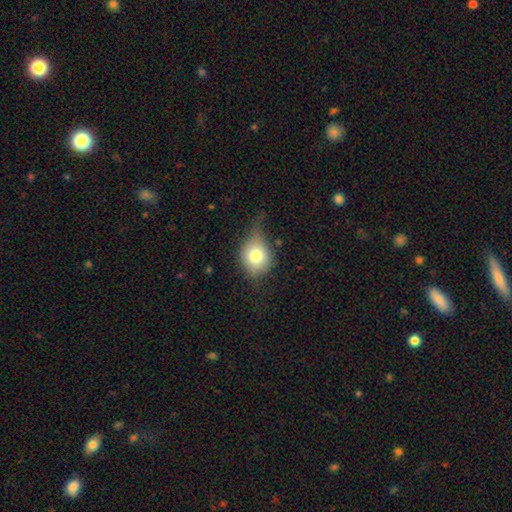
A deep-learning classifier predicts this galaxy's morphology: Smooth or featured?
  - smooth: 70% *
  - featured or disk: 20%
  - star or artifact: 10%
How rounded?
  - round: 68% *
  - in between: 30%
  - cigar-shaped: 2%
Merging?
  - none: 39% *
  - minor disturbance: 37%
  - major disturbance: 21%
  - merger: 3%